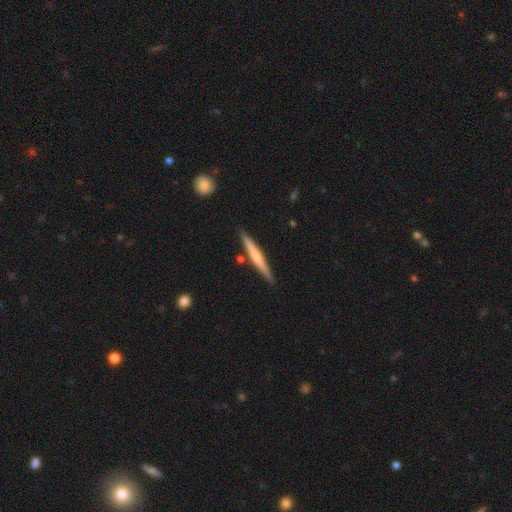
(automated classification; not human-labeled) Morphology: type=smooth (49%); merging=none (86%).